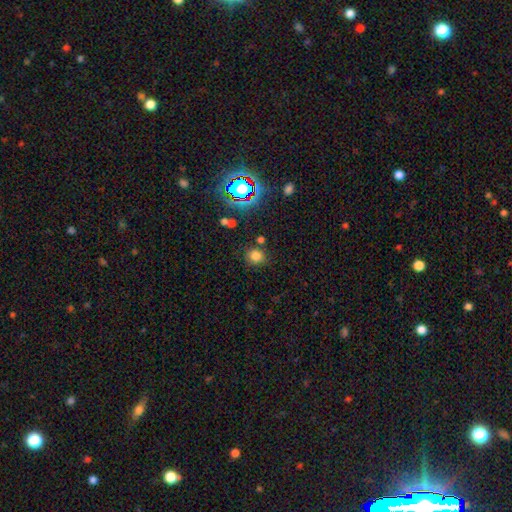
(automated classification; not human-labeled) smooth-or-featured: smooth: 74% | star or artifact: 19% | featured or disk: 7%
  how-rounded: round: 80% | in between: 19% | cigar-shaped: 1%
  merging: none: 78% | minor disturbance: 12% | merger: 6% | major disturbance: 4%